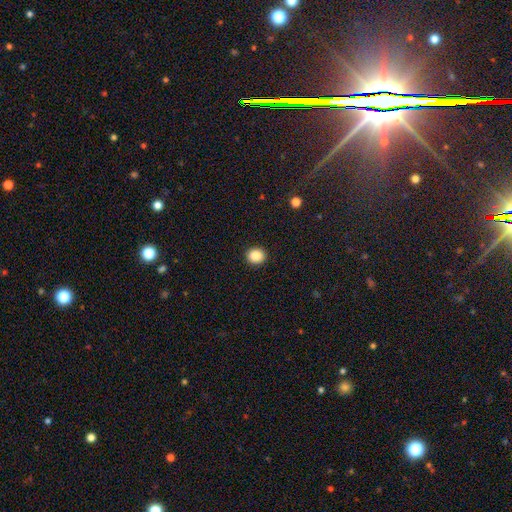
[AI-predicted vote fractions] Morphology: type=smooth (88%); roundness=round (83%); merging=none (92%).